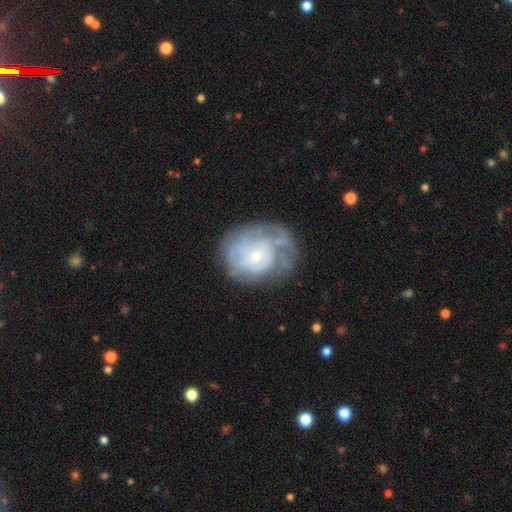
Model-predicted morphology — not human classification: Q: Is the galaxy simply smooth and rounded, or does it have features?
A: featured or disk — 66%.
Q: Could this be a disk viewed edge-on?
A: no — 97%.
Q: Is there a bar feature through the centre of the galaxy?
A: no — 73%.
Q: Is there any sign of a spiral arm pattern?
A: yes — 68%.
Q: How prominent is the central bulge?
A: small — 67%.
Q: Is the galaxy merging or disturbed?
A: none — 47%.